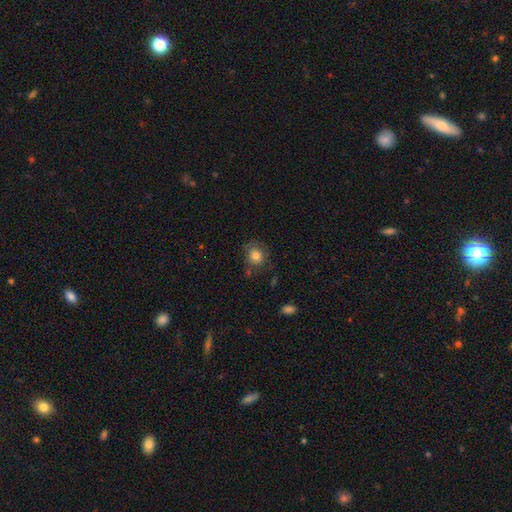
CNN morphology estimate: type=smooth (79%); roundness=round (77%); merging=none (68%).